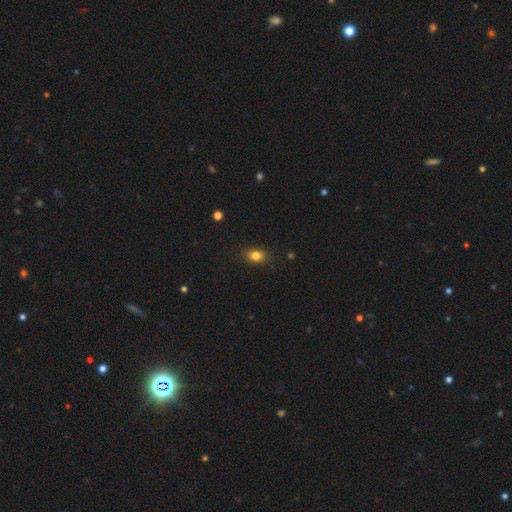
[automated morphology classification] Smooth or featured: smooth — 83% (star or artifact — 11%)
How rounded: in between — 65% (round — 34%)
Merging: none — 86% (minor disturbance — 10%)